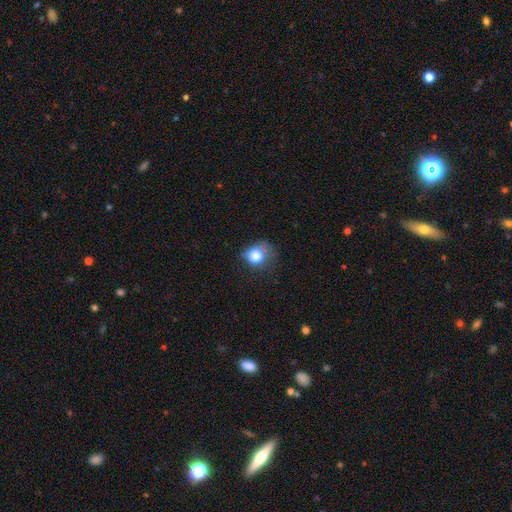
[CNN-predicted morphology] Q: Smooth or featured?
A: smooth (79%); runner-up: featured or disk (11%)
Q: How rounded?
A: round (71%); runner-up: in between (28%)
Q: Merging?
A: none (42%); runner-up: minor disturbance (34%)